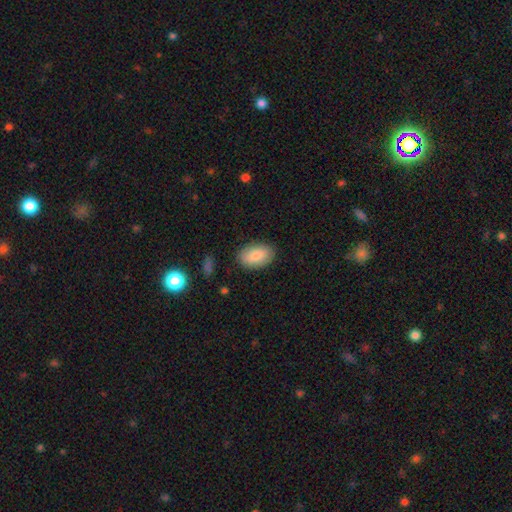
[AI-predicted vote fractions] Morphology: type=smooth (86%); roundness=in between (92%); merging=none (85%).